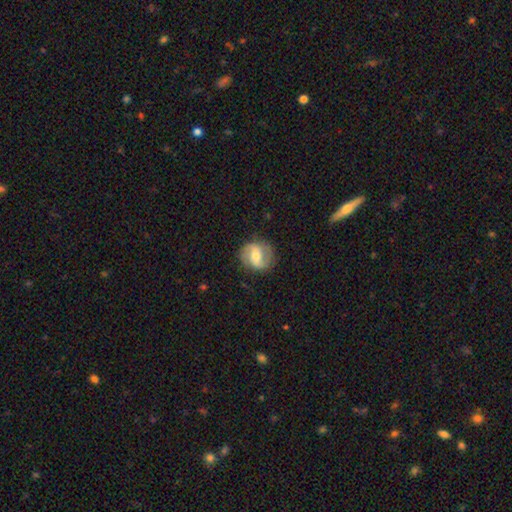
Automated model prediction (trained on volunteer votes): smooth_or_featured: featured or disk (p=0.61) [alt: smooth p=0.33]
disk_edge_on: no (p=0.96) [alt: yes p=0.04]
bar: weak (p=0.42) [alt: strong p=0.38]
has_spiral_arms: yes (p=0.76) [alt: no p=0.24]
bulge_size: moderate (p=0.63) [alt: small p=0.28]
merging: none (p=0.80) [alt: minor disturbance p=0.14]